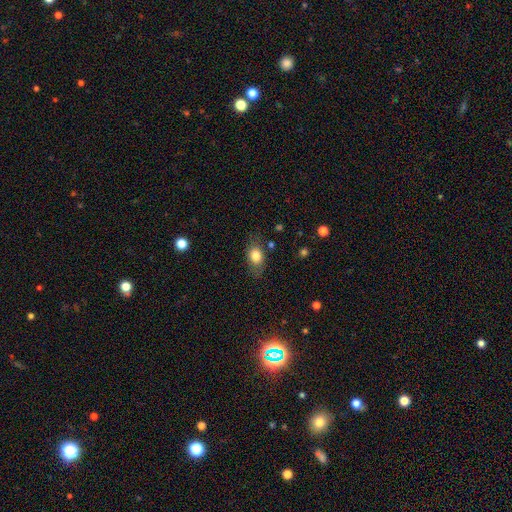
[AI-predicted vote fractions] A smooth galaxy with no disk features (79%) that is in between round and cigar-shaped (76%). Merging: none (74%).